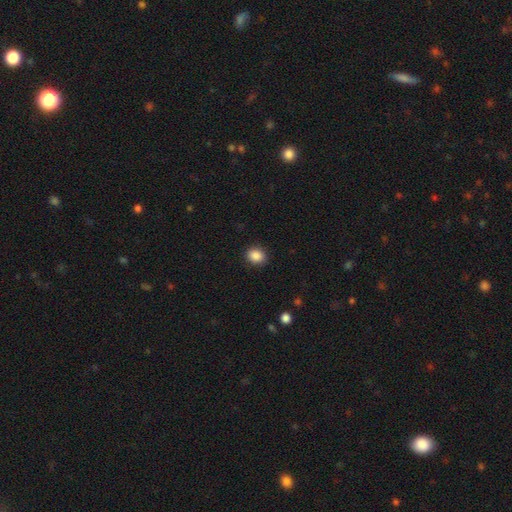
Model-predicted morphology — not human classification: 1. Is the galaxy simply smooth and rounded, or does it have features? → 88% smooth, 9% star or artifact, 3% featured or disk.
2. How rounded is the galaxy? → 60% round, 39% in between, 1% cigar-shaped.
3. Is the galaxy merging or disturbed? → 90% none, 7% minor disturbance, 2% major disturbance, 1% merger.